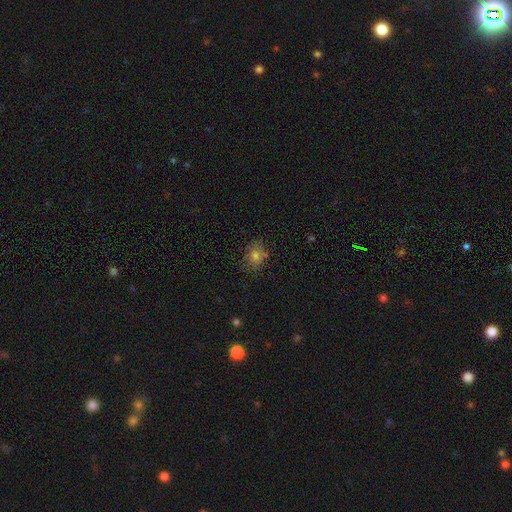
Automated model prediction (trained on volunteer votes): Q: Smooth or featured?
A: smooth (73%); runner-up: star or artifact (15%)
Q: How rounded?
A: round (57%); runner-up: in between (42%)
Q: Merging?
A: none (75%); runner-up: minor disturbance (18%)